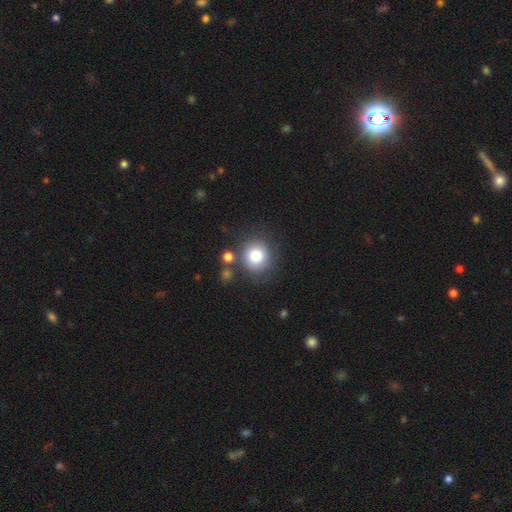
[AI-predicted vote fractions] smooth 81%, featured or disk 10%, star or artifact 9%. Down the decision tree: how rounded — round (88%); merging — none (73%).